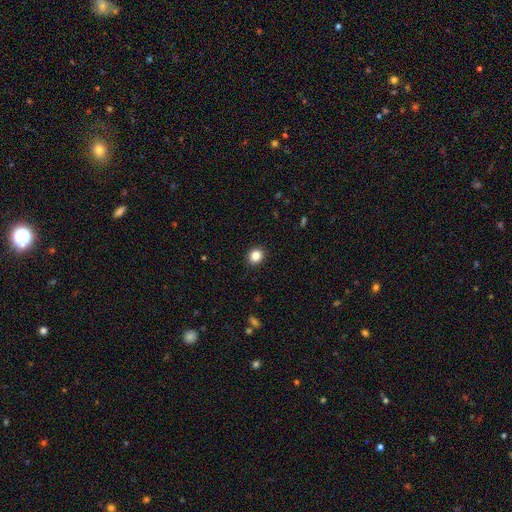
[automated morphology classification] Smooth or featured? smooth (85%)
How rounded? round (78%)
Merging? none (92%)